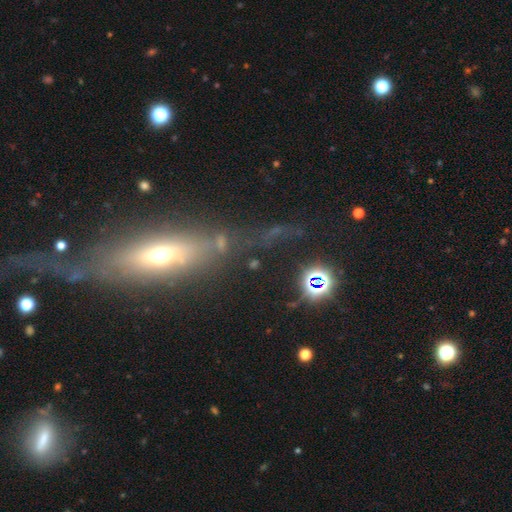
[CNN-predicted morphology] Overall: featured or disk (56%; smooth 27%). Edge-on disk: yes (63%; no 37%). Merging: none (61%).